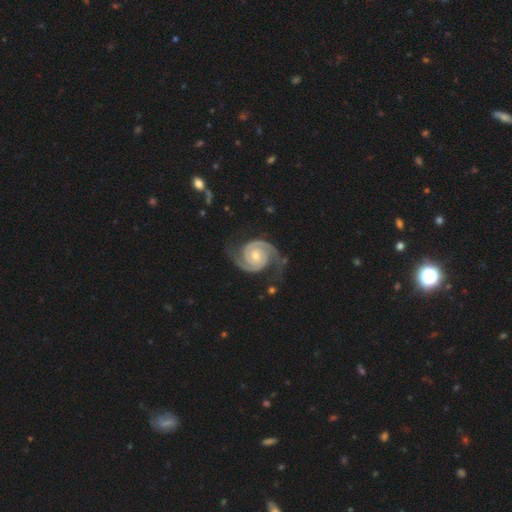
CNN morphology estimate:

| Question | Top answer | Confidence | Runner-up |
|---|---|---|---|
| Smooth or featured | featured or disk | 93% | star or artifact (4%) |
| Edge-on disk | no | 98% | yes (2%) |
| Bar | no | 71% | weak (22%) |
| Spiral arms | yes | 99% | no (1%) |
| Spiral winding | tight | 62% | medium (33%) |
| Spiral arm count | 2 | 92% | 3 (3%) |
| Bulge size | small | 48% | tied: moderate (48%) |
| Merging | none | 75% | minor disturbance (16%) |